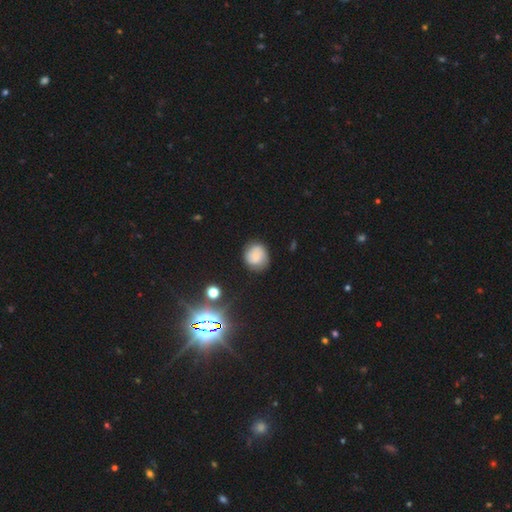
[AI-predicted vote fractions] This is likely a smooth galaxy (71%). How rounded: clearly round (81%). Merging: likely none (76%).